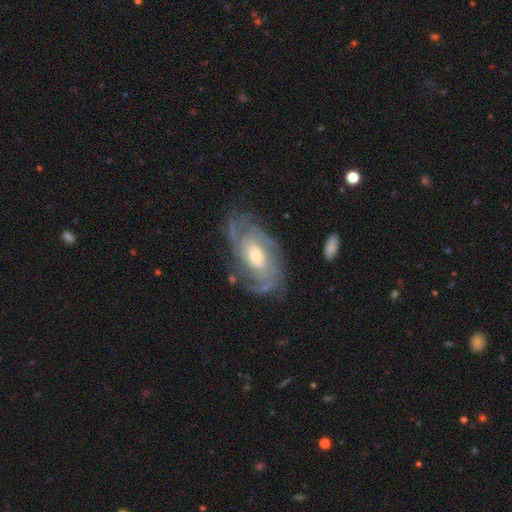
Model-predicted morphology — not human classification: A featured or disk galaxy (86%) with no bar (58%), tight (60%) spiral arms (94%) and a moderate central bulge (57%). Merging: none (71%).